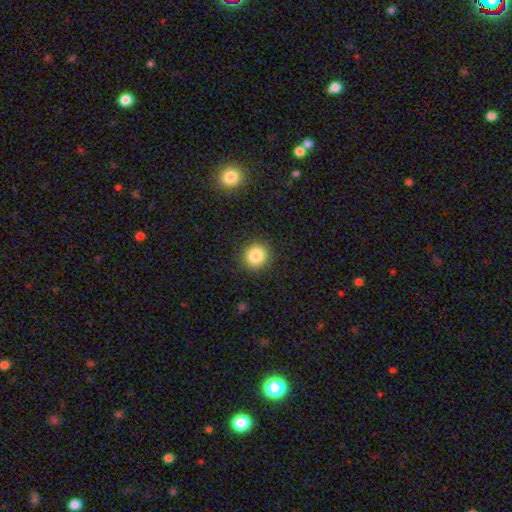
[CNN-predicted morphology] This is clearly a smooth galaxy (84%). How rounded: clearly round (93%). Merging: clearly none (90%).